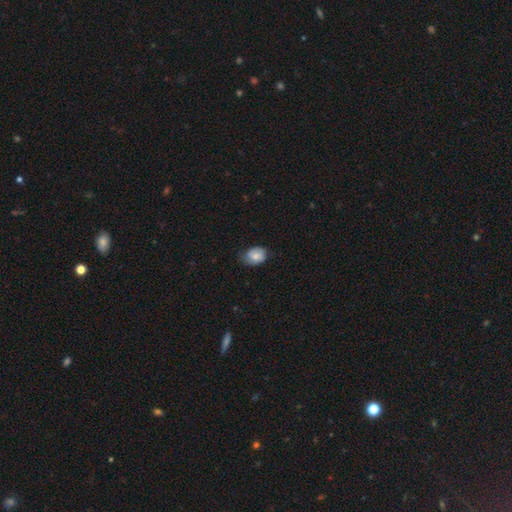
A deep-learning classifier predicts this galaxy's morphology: Overall: smooth (74%). How rounded: in between (64%; round 35%). Merging: none (57%; minor disturbance 33%).